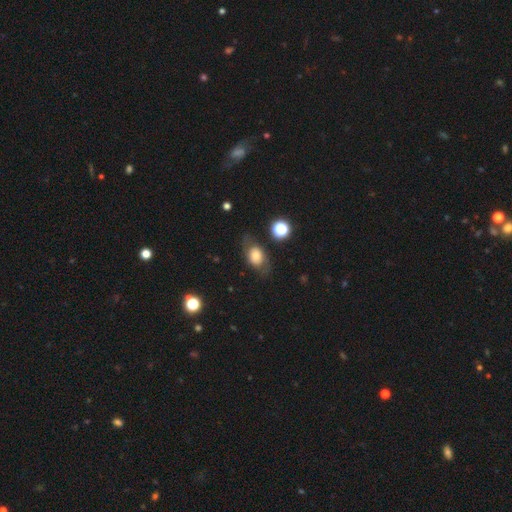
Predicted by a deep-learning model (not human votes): The model was most divided on "smooth or featured": smooth: 60%, featured or disk: 29%, star or artifact: 11%. More confident: merging — none (67%); how rounded — in between (65%).